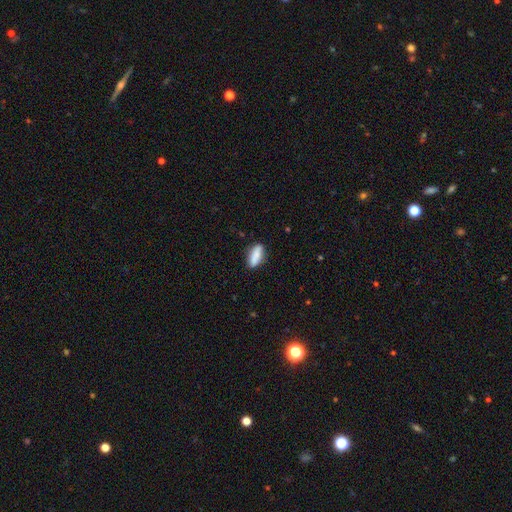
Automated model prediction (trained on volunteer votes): The model was most divided on "how rounded": in between: 68%, cigar-shaped: 30%, round: 3%. More confident: smooth or featured — smooth (84%); merging — none (81%).